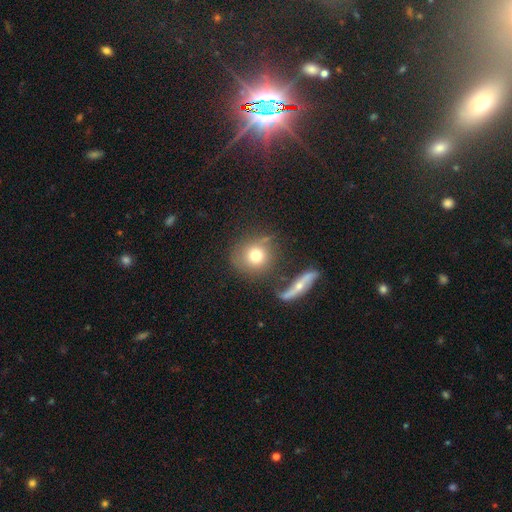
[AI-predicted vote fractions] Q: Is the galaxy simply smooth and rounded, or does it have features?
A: smooth — 72%.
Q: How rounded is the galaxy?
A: round — 87%.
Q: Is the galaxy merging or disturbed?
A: none — 65%.